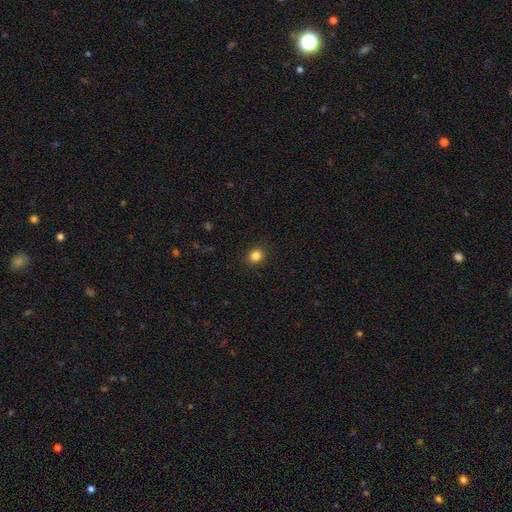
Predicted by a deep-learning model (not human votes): Smooth or featured? smooth (85%)
How rounded? round (78%)
Merging? none (90%)